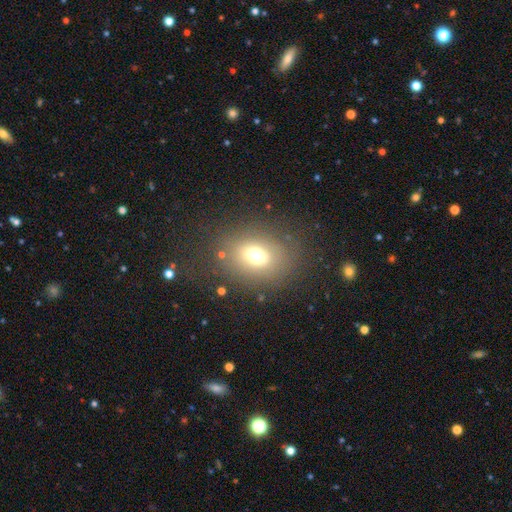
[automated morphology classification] A smooth galaxy with no disk features (67%) that is in between round and cigar-shaped (50%). Merging: none (75%).